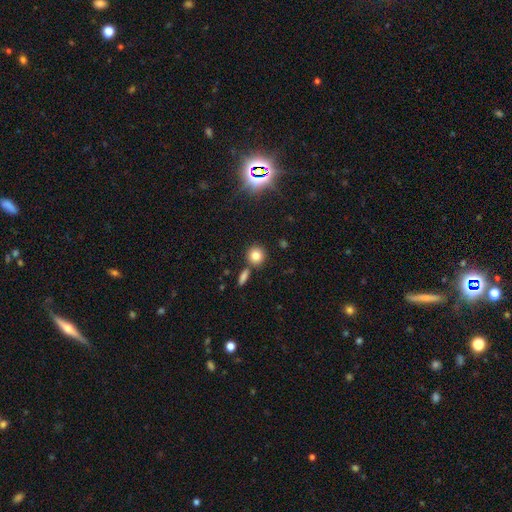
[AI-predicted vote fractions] smooth 79%, star or artifact 13%, featured or disk 8%. Down the decision tree: how rounded — round (89%); merging — none (77%).